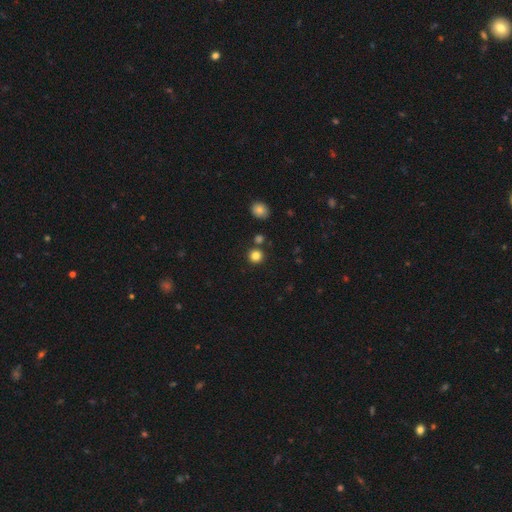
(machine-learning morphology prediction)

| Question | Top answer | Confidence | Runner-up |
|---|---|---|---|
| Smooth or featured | smooth | 82% | star or artifact (13%) |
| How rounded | round | 93% | in between (6%) |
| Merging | none | 85% | merger (6%) |